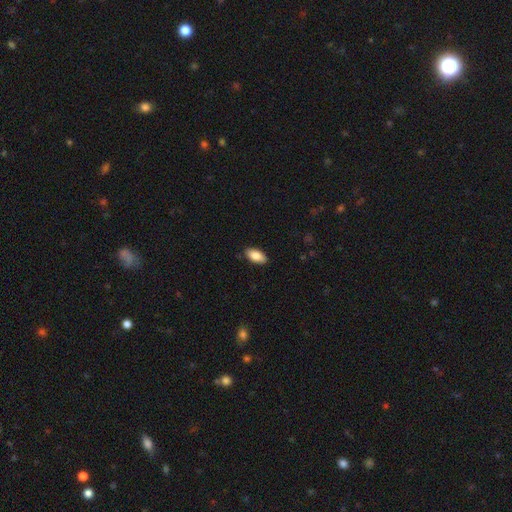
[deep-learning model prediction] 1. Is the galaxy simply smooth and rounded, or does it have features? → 86% smooth, 7% featured or disk, 6% star or artifact.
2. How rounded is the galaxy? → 93% in between, 5% cigar-shaped, 2% round.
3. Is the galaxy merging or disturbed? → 86% none, 11% minor disturbance, 2% major disturbance, 1% merger.